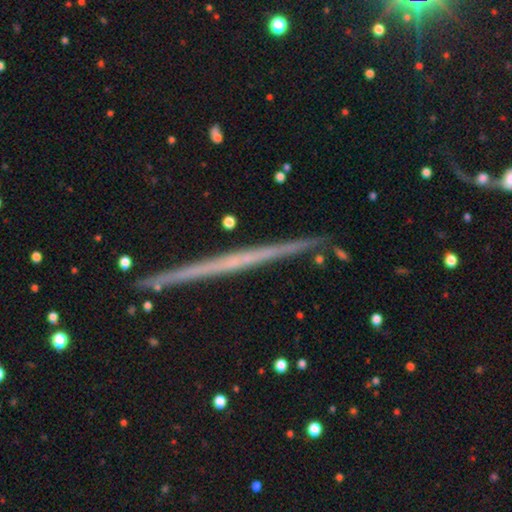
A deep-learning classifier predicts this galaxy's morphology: Overall: featured or disk (69%). Edge-on disk: yes (98%). Edge-on bulge: none (88%). Merging: none (90%).